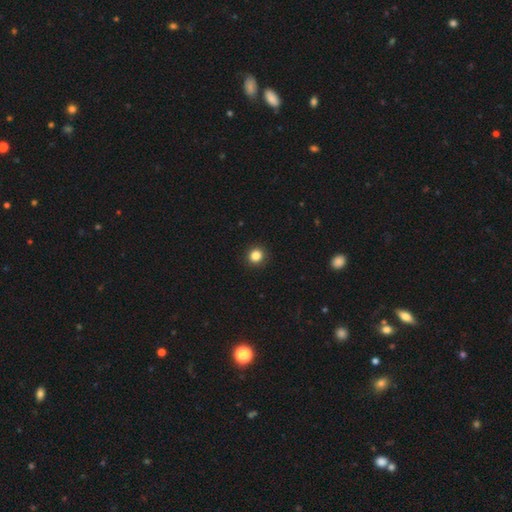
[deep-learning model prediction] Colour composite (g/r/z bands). It shows a smooth galaxy with no disk features (85%) that is round (90%). Merging: none (92%).